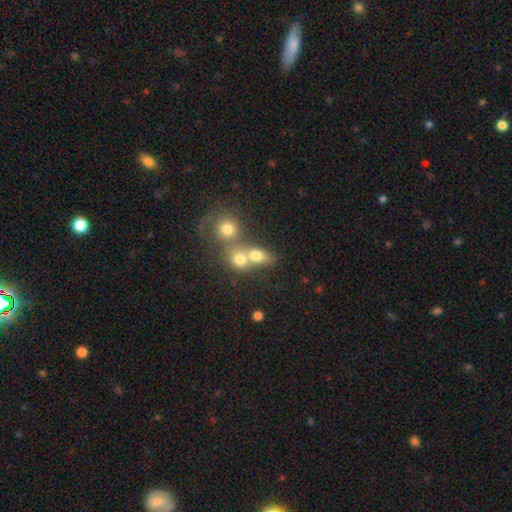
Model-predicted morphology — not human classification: Smooth or featured? smooth (72%)
How rounded? round (57%)
Merging? merger (54%)